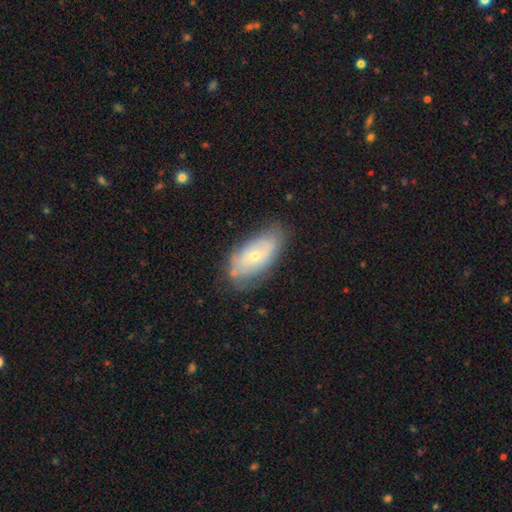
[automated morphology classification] Smooth or featured? smooth (48%)
Merging? none (67%)